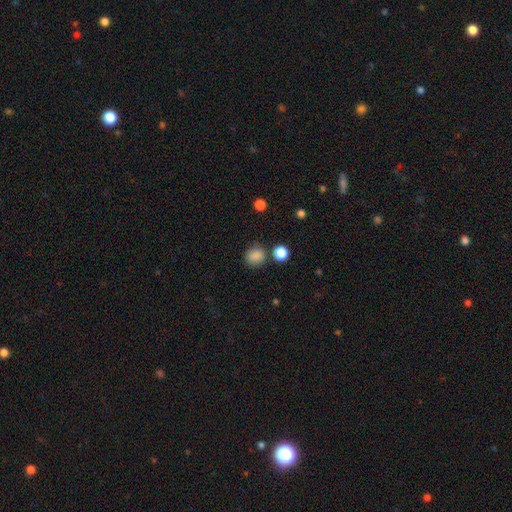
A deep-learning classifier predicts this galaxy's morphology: Smooth or featured?
  - smooth: 85% *
  - star or artifact: 11%
  - featured or disk: 4%
How rounded?
  - round: 77% *
  - in between: 22%
  - cigar-shaped: 1%
Merging?
  - none: 77% *
  - minor disturbance: 13%
  - merger: 7%
  - major disturbance: 4%